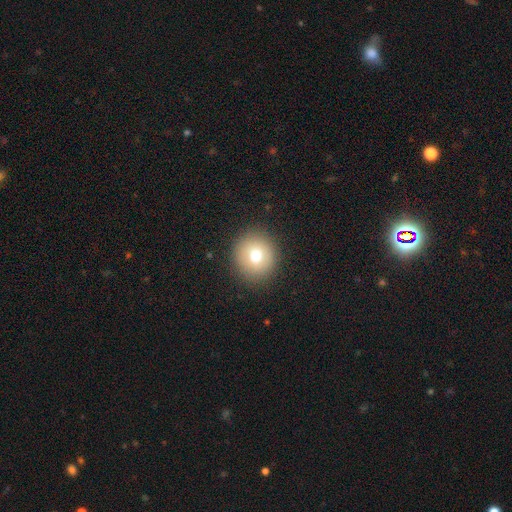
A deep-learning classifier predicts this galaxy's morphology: type=smooth (76%); roundness=round (88%); merging=none (89%).